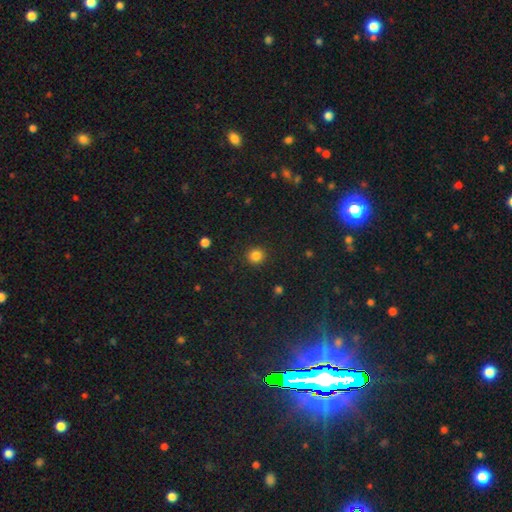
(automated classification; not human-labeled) A smooth galaxy with no disk features (84%) that is round (91%). Merging: none (91%).